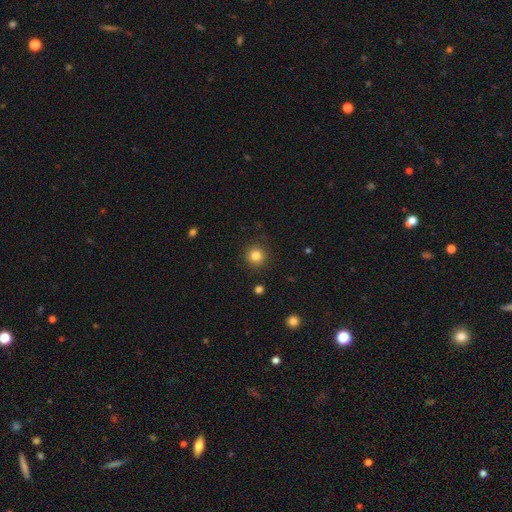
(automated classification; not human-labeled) Smooth or featured: smooth — 83% (star or artifact — 11%)
How rounded: round — 94% (in between — 5%)
Merging: none — 90% (minor disturbance — 6%)